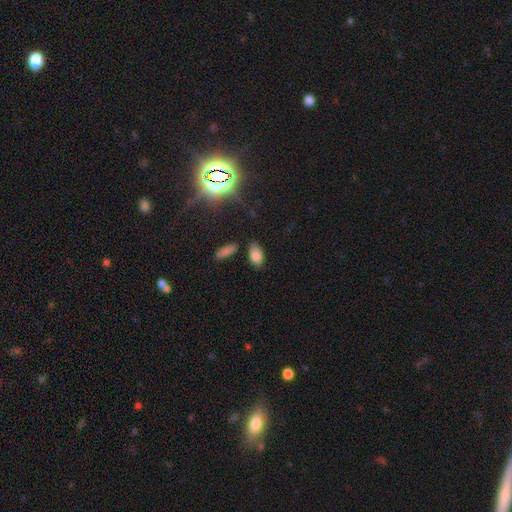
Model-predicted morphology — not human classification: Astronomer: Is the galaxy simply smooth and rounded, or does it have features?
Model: smooth — 82%.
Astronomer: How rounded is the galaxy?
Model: in between — 92%.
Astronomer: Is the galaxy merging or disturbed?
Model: none — 78%.